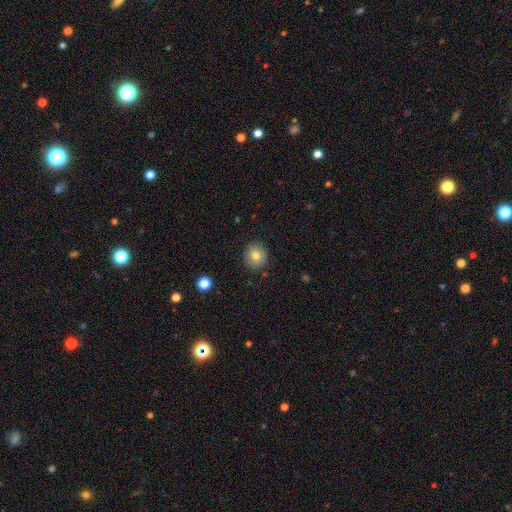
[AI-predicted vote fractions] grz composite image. It shows a smooth galaxy with no disk features (80%) that is round (82%). Merging: none (89%).